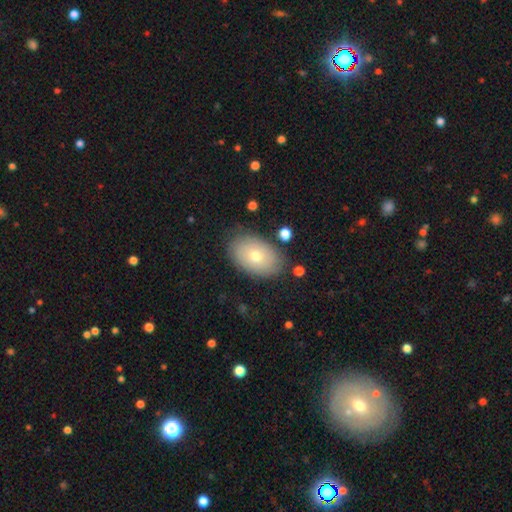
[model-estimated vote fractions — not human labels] smooth-or-featured: smooth: 69% | featured or disk: 23% | star or artifact: 8%
  how-rounded: in between: 88% | round: 11% | cigar-shaped: 1%
  merging: none: 81% | minor disturbance: 13% | major disturbance: 3% | merger: 2%